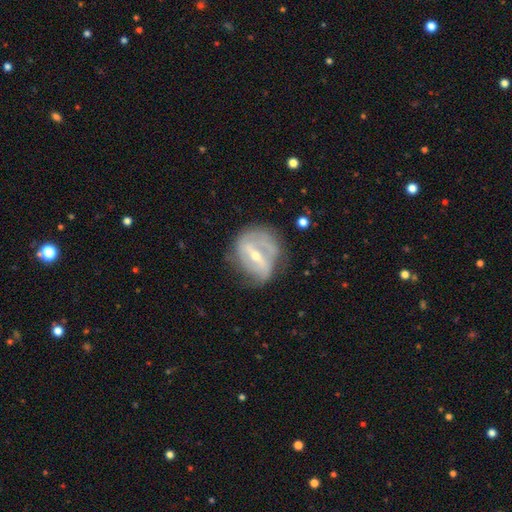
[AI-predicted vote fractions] Overall: featured or disk (79%). Edge-on disk: no (93%). Bar: strong (63%; weak 28%). Spiral arms: yes (74%). Spiral arm count: 2 (56%; can't tell 25%). Spiral winding: medium (37%, tied with tight). Bulge size: small (54%; moderate 43%). Merging: none (56%; minor disturbance 26%).